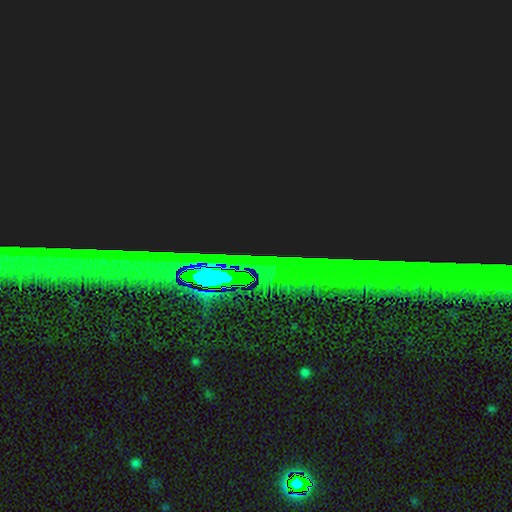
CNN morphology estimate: Overall: star or artifact (81%).